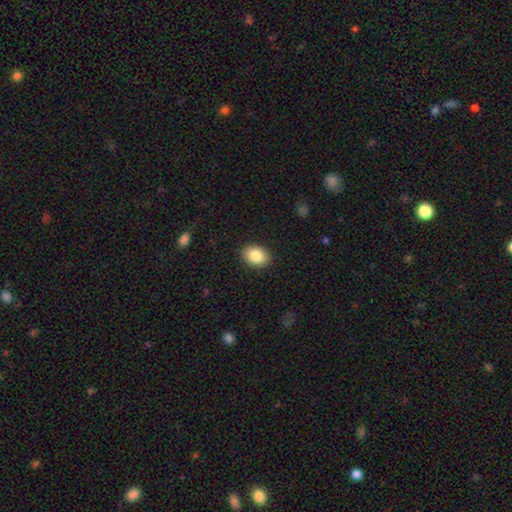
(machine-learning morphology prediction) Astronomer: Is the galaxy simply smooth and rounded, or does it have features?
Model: smooth — 85%.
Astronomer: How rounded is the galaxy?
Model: in between — 76%.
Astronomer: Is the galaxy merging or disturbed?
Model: none — 90%.